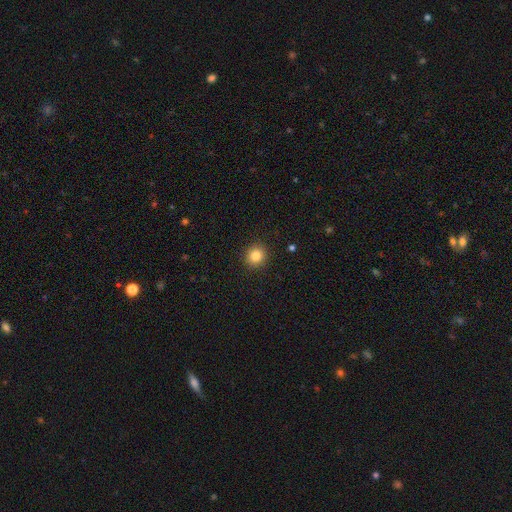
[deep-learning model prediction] Overall: smooth (84%). How rounded: round (89%). Merging: none (92%).